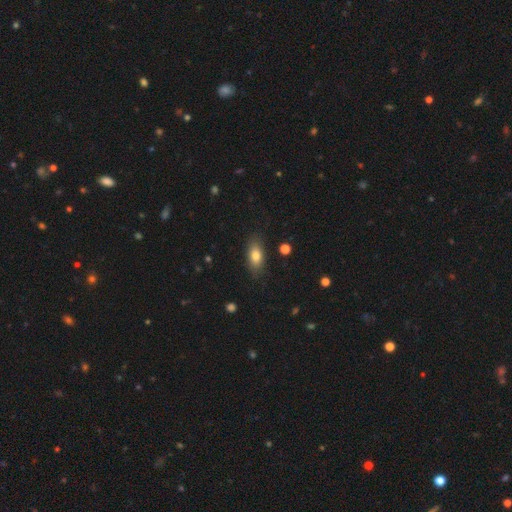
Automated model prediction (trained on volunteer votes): smooth-or-featured: smooth: 79% | featured or disk: 13% | star or artifact: 8%
  how-rounded: in between: 83% | cigar-shaped: 11% | round: 6%
  merging: none: 84% | minor disturbance: 12% | major disturbance: 3% | merger: 1%